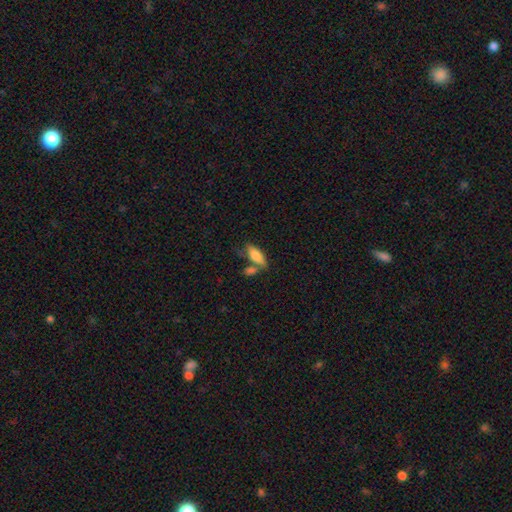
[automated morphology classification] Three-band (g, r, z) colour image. It shows a smooth galaxy with no disk features (79%) that is in between round and cigar-shaped (74%). Merging: none (49%).